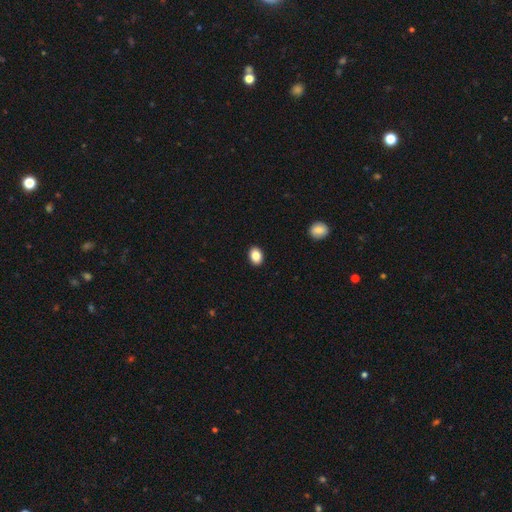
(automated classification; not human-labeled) The model was most divided on "how rounded": in between: 66%, round: 33%, cigar-shaped: 1%. More confident: merging — none (91%); smooth or featured — smooth (85%).